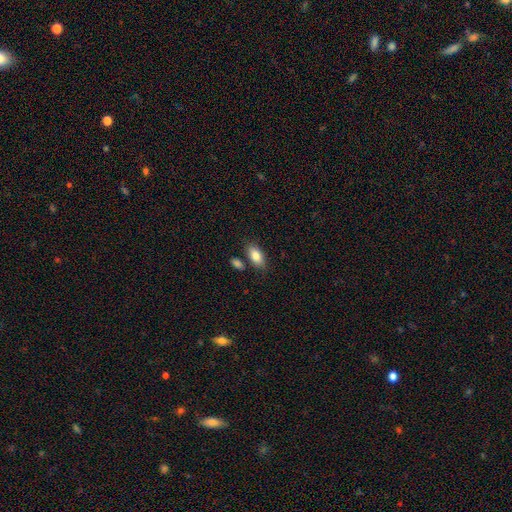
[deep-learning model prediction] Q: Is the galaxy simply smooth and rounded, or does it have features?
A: smooth — 84%.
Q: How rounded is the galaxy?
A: in between — 91%.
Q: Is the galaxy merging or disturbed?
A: none — 77%.